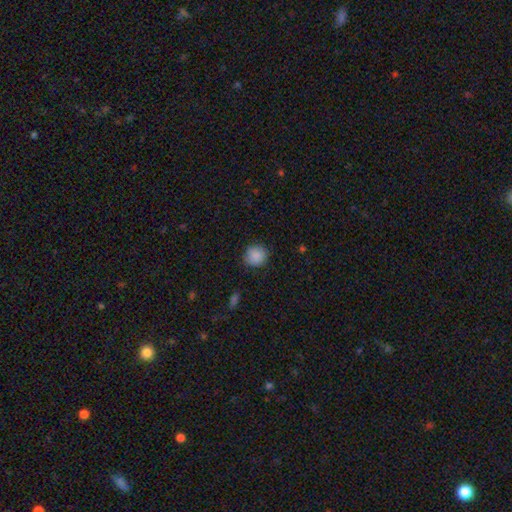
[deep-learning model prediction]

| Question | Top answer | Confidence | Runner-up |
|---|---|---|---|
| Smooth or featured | smooth | 89% | star or artifact (8%) |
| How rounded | round | 89% | in between (10%) |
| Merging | none | 87% | minor disturbance (10%) |